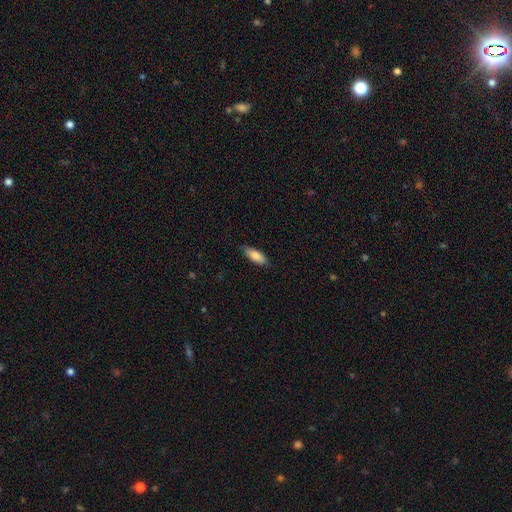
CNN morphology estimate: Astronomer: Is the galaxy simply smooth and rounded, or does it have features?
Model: smooth — 84%.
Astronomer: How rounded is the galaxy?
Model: in between — 72%.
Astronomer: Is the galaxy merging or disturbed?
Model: none — 82%.